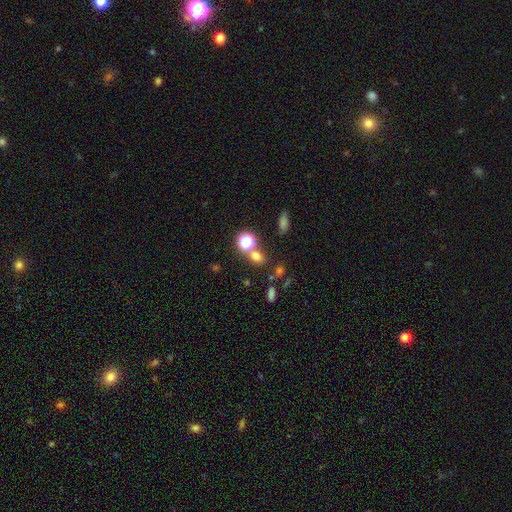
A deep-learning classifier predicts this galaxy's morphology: Smooth or featured? smooth (67%)
How rounded? round (65%)
Merging? none (64%)